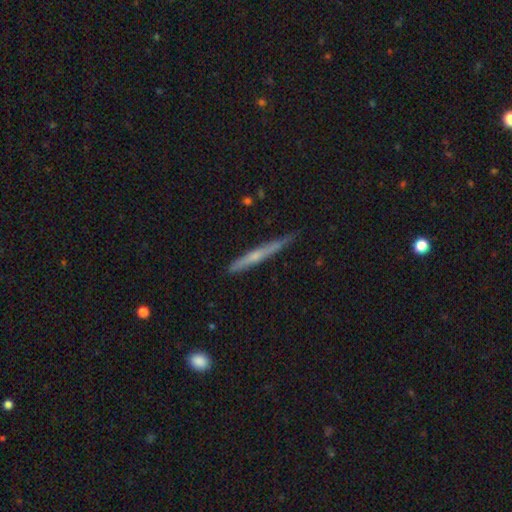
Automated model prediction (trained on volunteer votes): Overall: featured or disk (56%; smooth 38%). Edge-on disk: yes (96%). Edge-on bulge: rounded (52%; none 43%). Merging: none (80%).